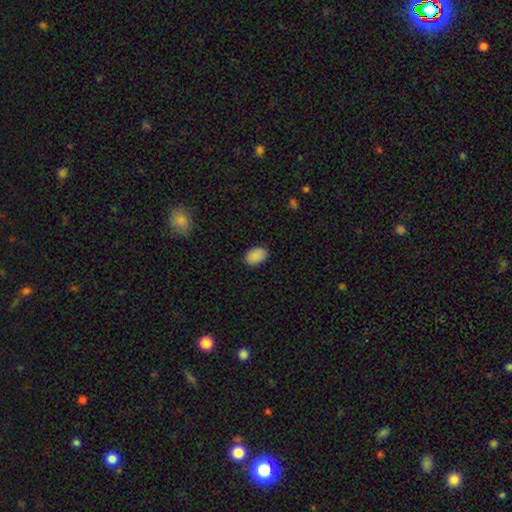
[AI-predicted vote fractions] Smooth or featured: smooth — 89% (star or artifact — 8%)
How rounded: in between — 88% (round — 11%)
Merging: none — 87% (minor disturbance — 10%)